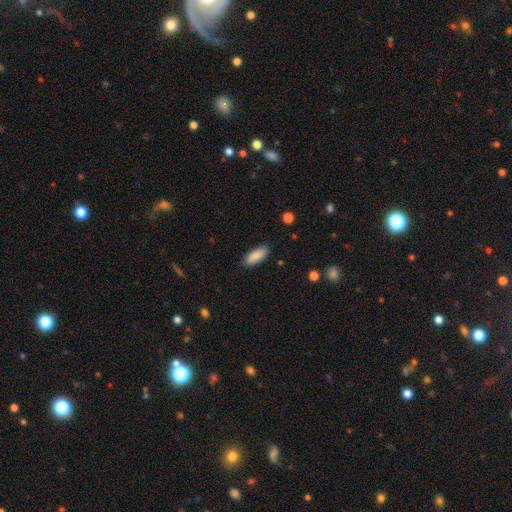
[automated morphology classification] smooth 88%, star or artifact 6%, featured or disk 6%. Down the decision tree: how rounded — in between (69%); merging — none (87%).